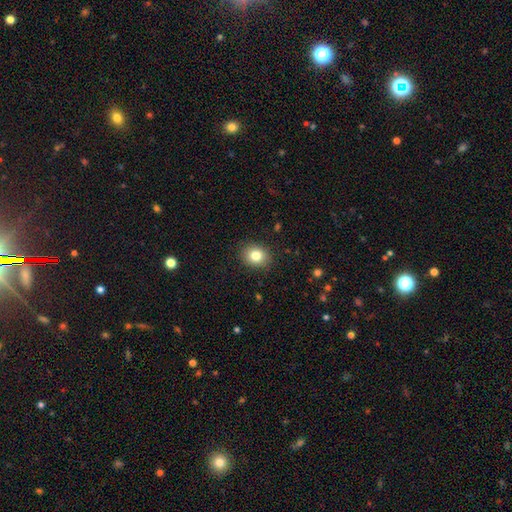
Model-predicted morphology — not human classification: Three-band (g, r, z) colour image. It shows a smooth galaxy with no disk features (82%) that is round (64%). Merging: none (89%).